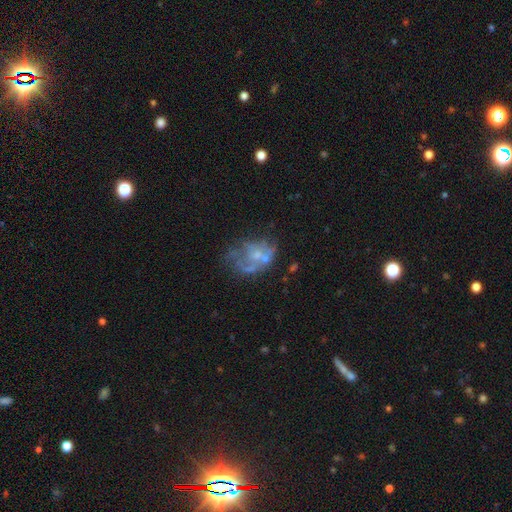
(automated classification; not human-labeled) Overall: featured or disk (63%; smooth 24%). Edge-on disk: no (98%). Bar: no (88%). Spiral arms: no (78%). Bulge size: none (41%; small 36%). Merging: none (36%; major disturbance 29%).